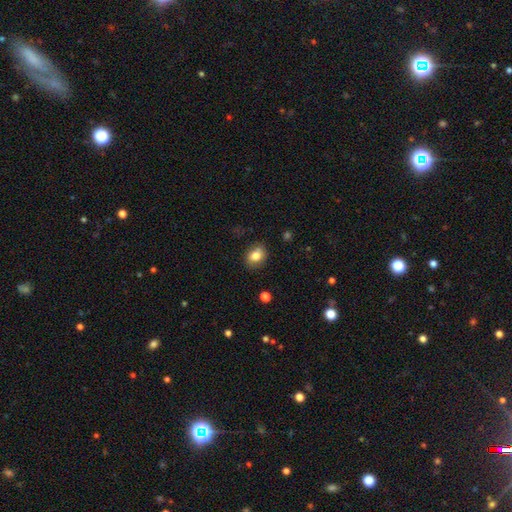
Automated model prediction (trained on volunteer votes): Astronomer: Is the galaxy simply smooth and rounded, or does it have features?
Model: smooth — 78%.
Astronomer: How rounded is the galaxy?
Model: in between — 59% (runner-up: round, 39%).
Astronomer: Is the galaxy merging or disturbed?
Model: none — 79%.